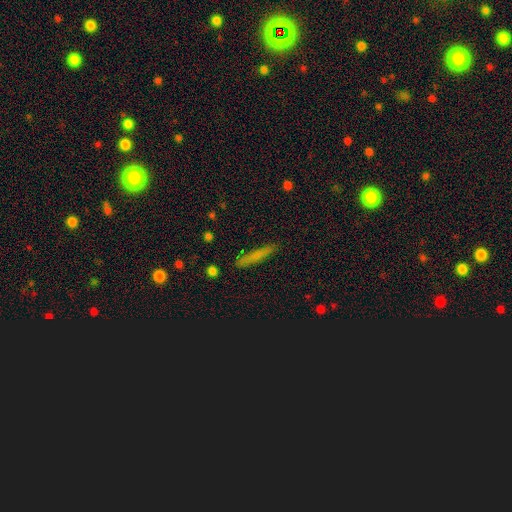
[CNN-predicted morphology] type=smooth (70%); roundness=cigar-shaped (93%); merging=none (87%).